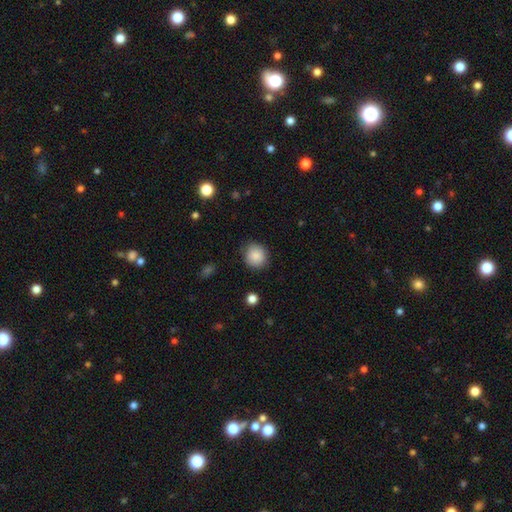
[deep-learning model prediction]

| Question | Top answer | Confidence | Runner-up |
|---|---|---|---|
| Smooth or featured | smooth | 87% | star or artifact (8%) |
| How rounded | round | 86% | in between (13%) |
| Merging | none | 85% | minor disturbance (11%) |